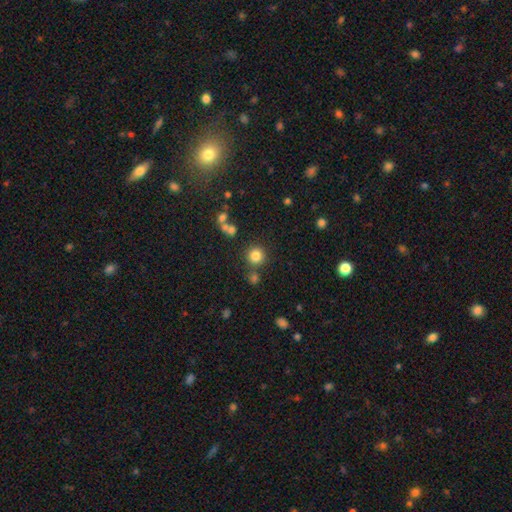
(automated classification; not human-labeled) Smooth or featured?
  - smooth: 81% *
  - star or artifact: 13%
  - featured or disk: 6%
How rounded?
  - round: 94% *
  - in between: 5%
  - cigar-shaped: 1%
Merging?
  - none: 81% *
  - merger: 9%
  - minor disturbance: 7%
  - major disturbance: 3%